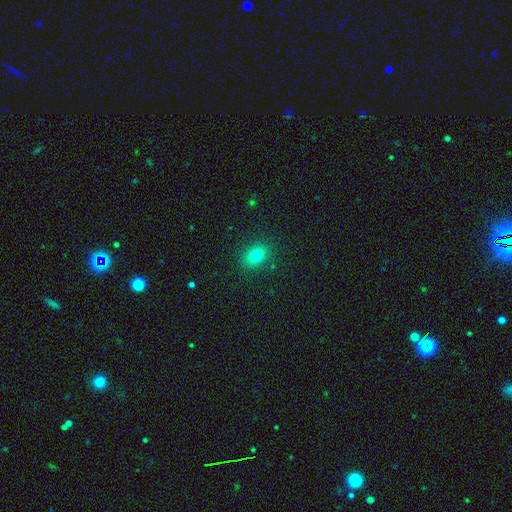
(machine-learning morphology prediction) This is likely a smooth galaxy (78%). How rounded: possibly in between (57%). Merging: clearly none (87%).